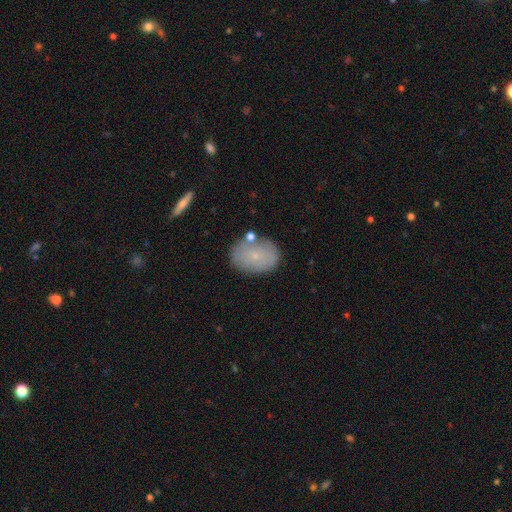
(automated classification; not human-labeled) Morphology: type=smooth (68%); roundness=in between (75%); merging=none (72%).